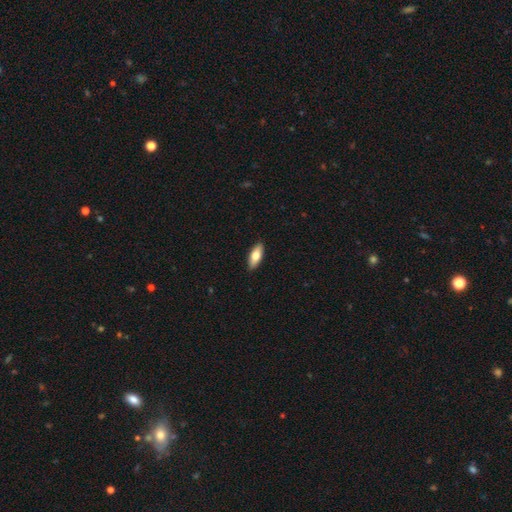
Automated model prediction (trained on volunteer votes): This appears to be a smooth galaxy with no disk features (74%) that is in between round and cigar-shaped (76%). Merging: none (90%).